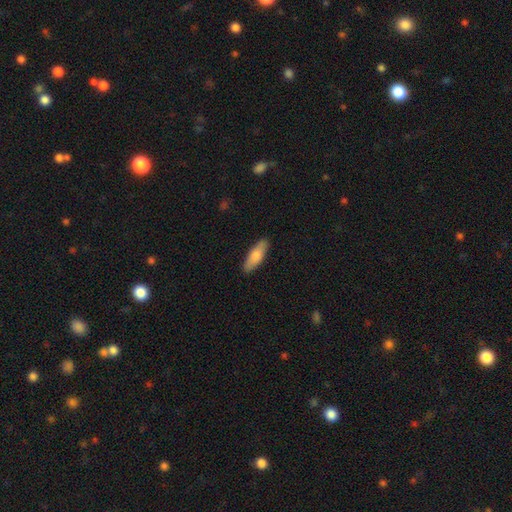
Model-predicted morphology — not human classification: Overall: smooth (79%). How rounded: in between (57%; cigar-shaped 42%). Merging: none (88%).